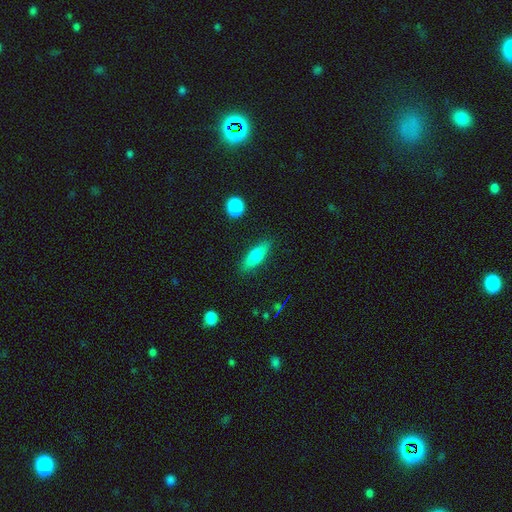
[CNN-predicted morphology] A smooth galaxy with no disk features (71%) that is cigar-shaped (55%). Merging: none (86%).